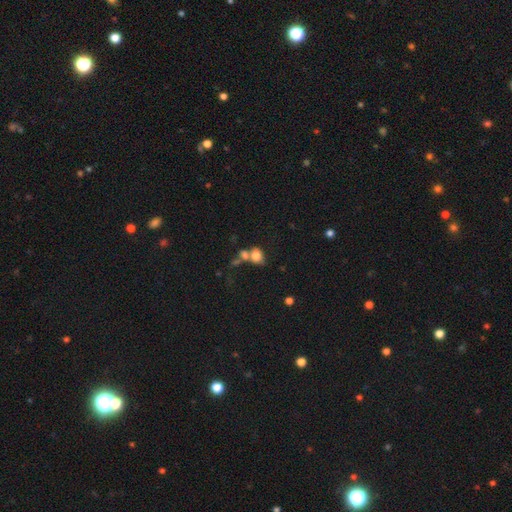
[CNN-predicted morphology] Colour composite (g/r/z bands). It shows a smooth galaxy with no disk features (77%) that is in between round and cigar-shaped (62%). Merging: merger (46%).